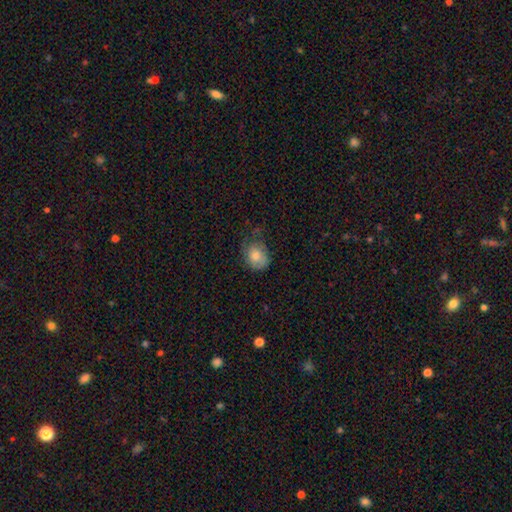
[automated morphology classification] smooth 72%, featured or disk 19%, star or artifact 9%. Down the decision tree: how rounded — in between (52%); merging — none (49%).